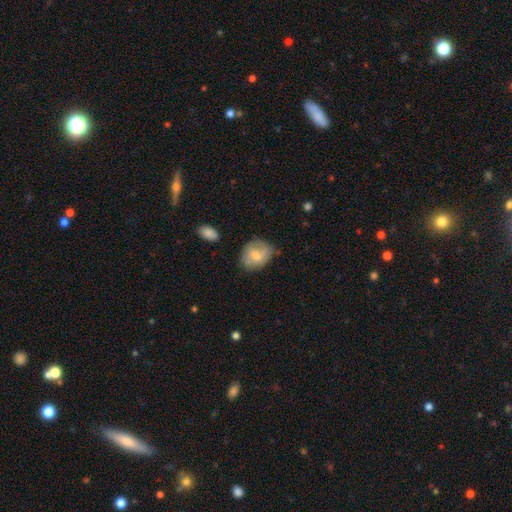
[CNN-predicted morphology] The model was most divided on "how rounded": round: 52%, in between: 47%, cigar-shaped: 1%. More confident: smooth or featured — smooth (64%); merging — none (62%).